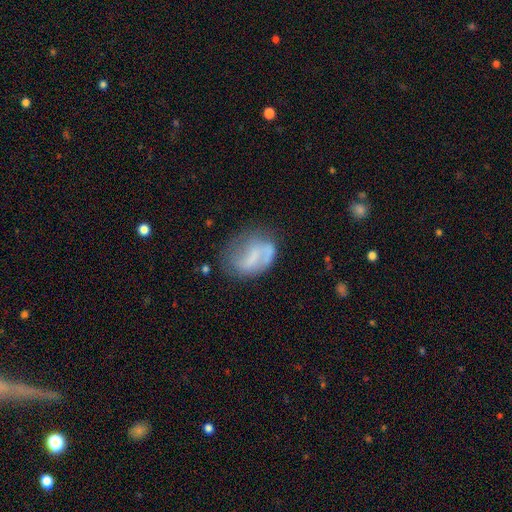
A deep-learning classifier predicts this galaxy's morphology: A featured or disk galaxy (54%) with a weak bar (38%), spiral arms (60%) and no central bulge (55%).

Vote fractions:
- Smooth or featured? featured or disk: 54% / smooth: 37% / star or artifact: 9%
- Edge-on disk? no: 97% / yes: 3%
- Bar? weak: 38% / no: 34% / strong: 28%
- Spiral arms? yes: 60% / no: 40%
- Bulge size? none: 55% / small: 25% / moderate: 14% / large: 4% / dominant: 2%
- Merging? none: 47% / minor disturbance: 27% / major disturbance: 20% / merger: 5%